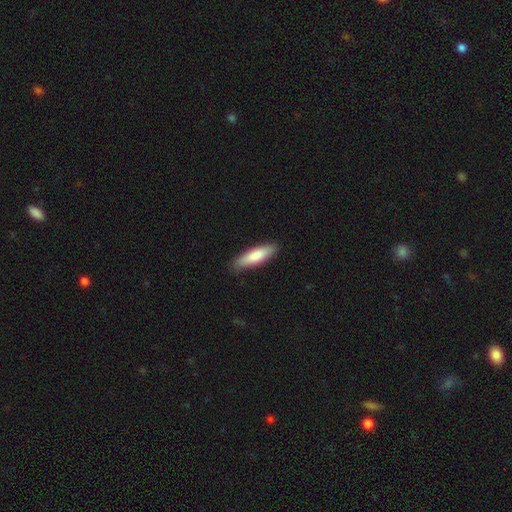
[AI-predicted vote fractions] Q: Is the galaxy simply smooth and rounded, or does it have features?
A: smooth — 82%.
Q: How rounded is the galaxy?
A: cigar-shaped — 63%.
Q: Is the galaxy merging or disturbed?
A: none — 85%.